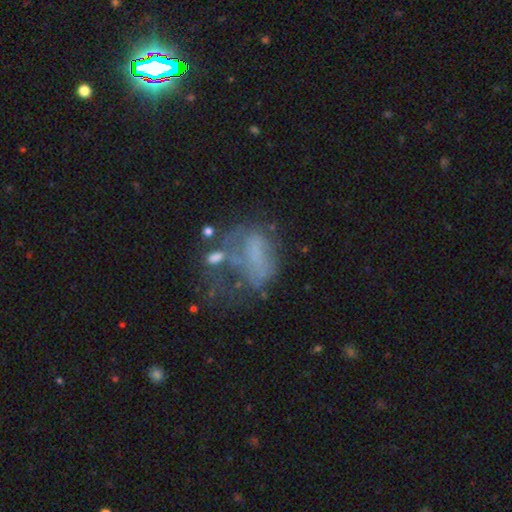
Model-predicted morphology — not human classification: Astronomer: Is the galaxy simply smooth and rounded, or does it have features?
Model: featured or disk — 48% (runner-up: smooth, 33%).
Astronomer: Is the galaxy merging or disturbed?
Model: major disturbance — 46% (runner-up: none, 23%).